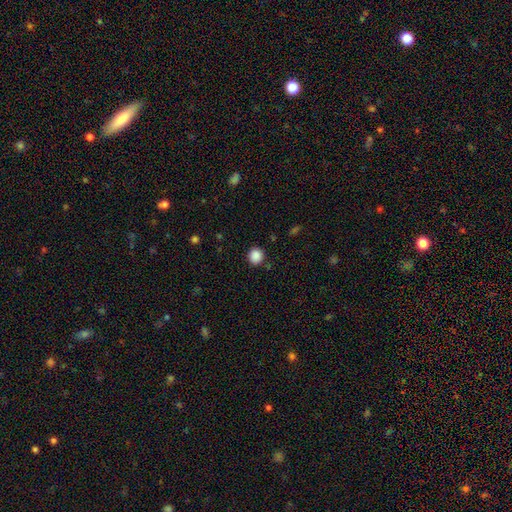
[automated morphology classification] Smooth or featured: smooth — 87% (star or artifact — 10%)
How rounded: round — 89% (in between — 10%)
Merging: none — 88% (minor disturbance — 8%)